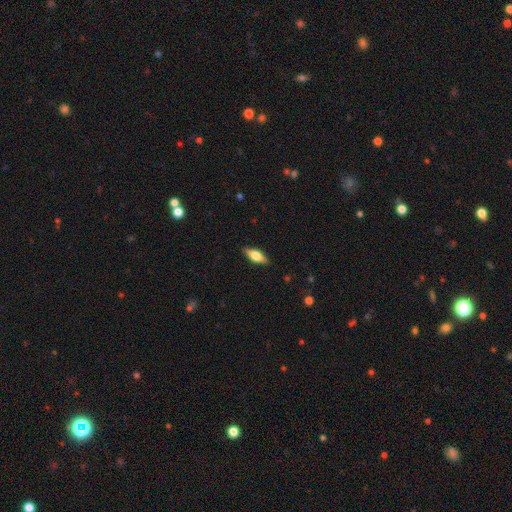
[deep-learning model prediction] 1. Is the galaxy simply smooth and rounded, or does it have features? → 57% smooth, 36% featured or disk, 6% star or artifact.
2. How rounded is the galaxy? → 68% in between, 29% cigar-shaped, 3% round.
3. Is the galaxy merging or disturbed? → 87% none, 10% minor disturbance, 2% major disturbance, 1% merger.